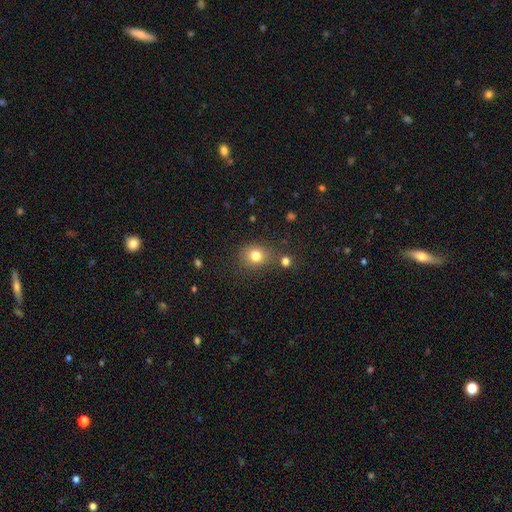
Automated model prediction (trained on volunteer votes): A smooth galaxy with no disk features (79%) that is round (68%). Merging: none (72%).